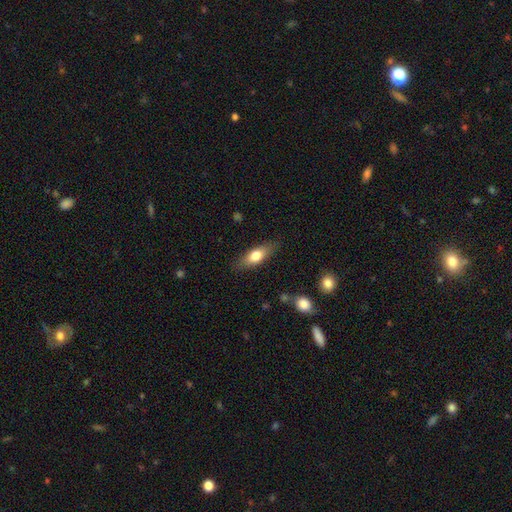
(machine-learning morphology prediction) Overall: smooth (69%). How rounded: in between (63%; cigar-shaped 33%). Merging: none (83%).